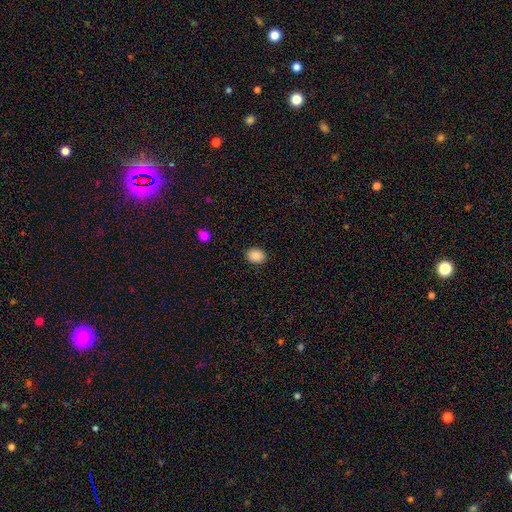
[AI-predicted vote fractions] A smooth galaxy with no disk features (89%) that is in between round and cigar-shaped (61%). Merging: none (89%).